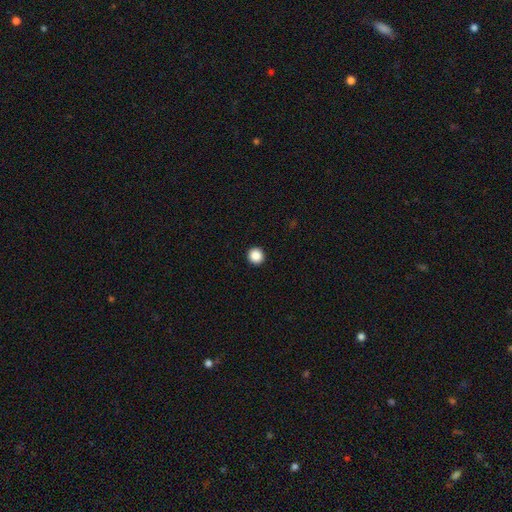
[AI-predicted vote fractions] The model was most divided on "smooth or featured": smooth: 88%, star or artifact: 9%, featured or disk: 2%. More confident: how rounded — round (95%); merging — none (94%).